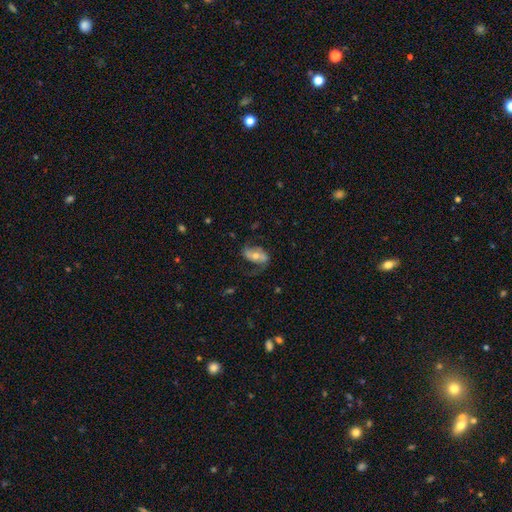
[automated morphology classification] This is likely a featured or disk galaxy (61%). It is clearly not viewed edge-on (94%). Bar: marginally no (45%). Spiral arm pattern: clearly yes (81%). Central bulge: likely moderate (64%). Merging: possibly none (59%).